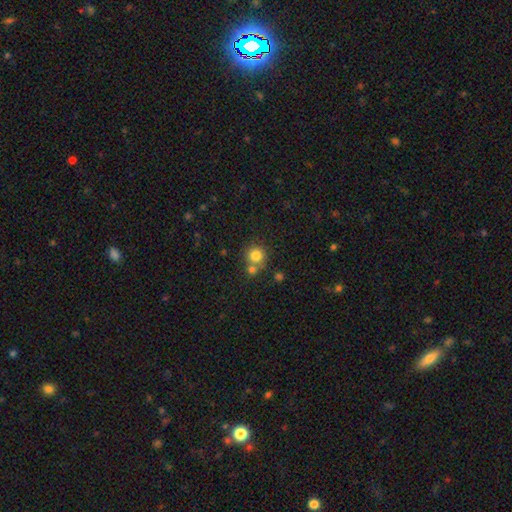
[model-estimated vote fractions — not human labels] This is clearly a smooth galaxy (81%). How rounded: clearly round (91%). Merging: likely none (61%).